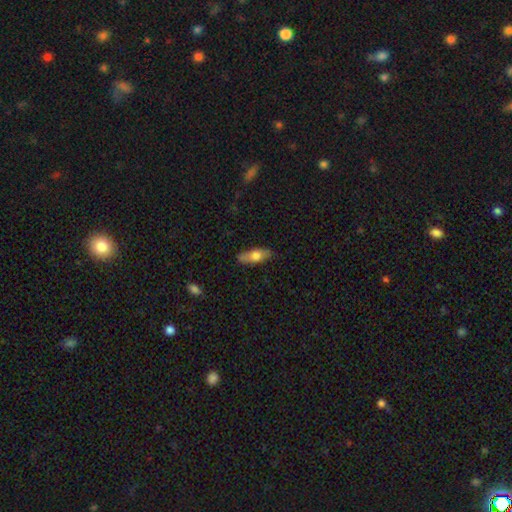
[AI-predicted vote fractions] smooth 64%, featured or disk 30%, star or artifact 6%. Down the decision tree: how rounded — in between (65%); merging — none (82%).